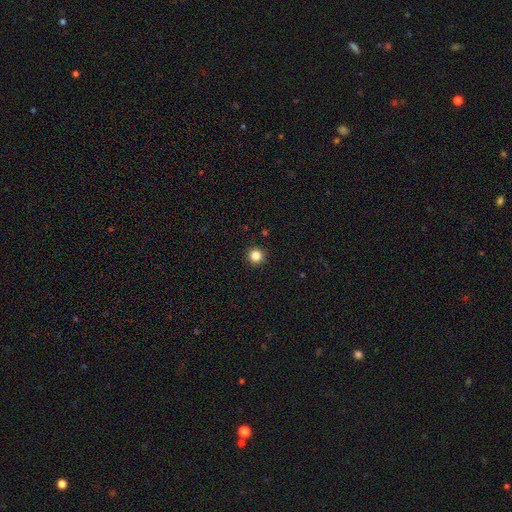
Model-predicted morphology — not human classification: Overall: smooth (83%). How rounded: round (96%). Merging: none (93%).